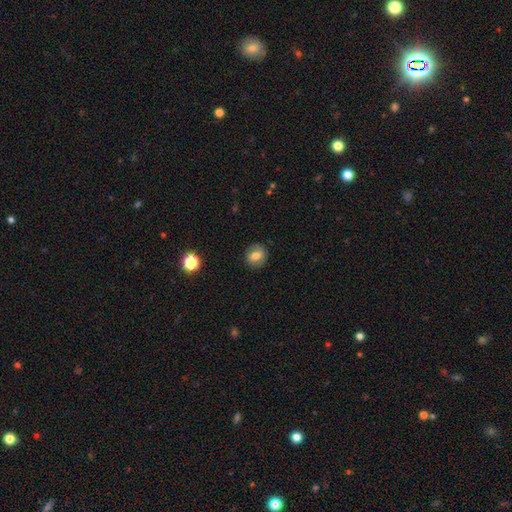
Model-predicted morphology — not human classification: smooth 62%, featured or disk 28%, star or artifact 10%. Down the decision tree: how rounded — round (69%); merging — none (83%).